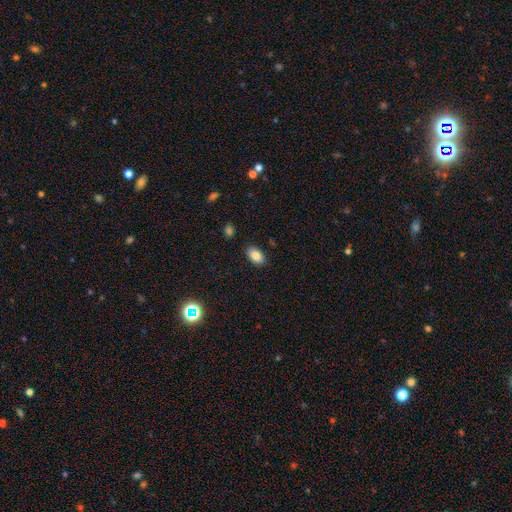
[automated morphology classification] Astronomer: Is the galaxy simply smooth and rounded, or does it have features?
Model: smooth — 83%.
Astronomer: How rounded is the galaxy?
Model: in between — 92%.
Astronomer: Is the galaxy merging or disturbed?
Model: none — 87%.